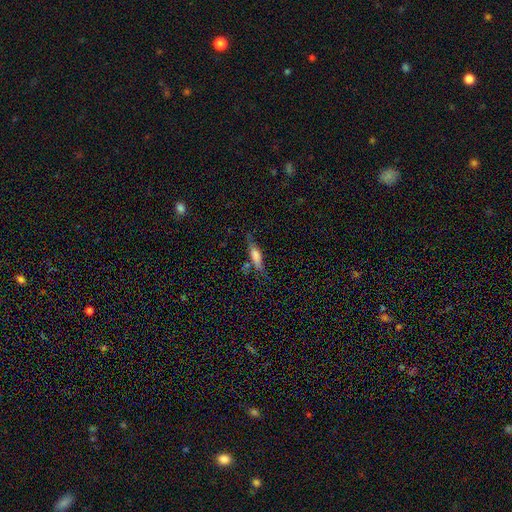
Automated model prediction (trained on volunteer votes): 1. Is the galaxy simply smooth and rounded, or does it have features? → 62% smooth, 29% featured or disk, 9% star or artifact.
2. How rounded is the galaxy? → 65% cigar-shaped, 32% in between, 3% round.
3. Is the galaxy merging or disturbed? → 64% none, 21% minor disturbance, 8% merger, 7% major disturbance.